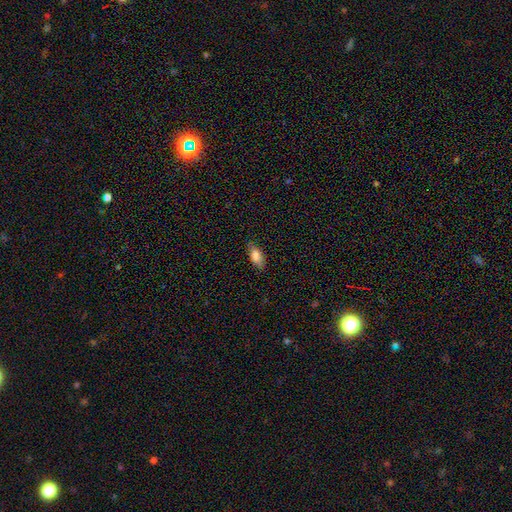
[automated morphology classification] A smooth galaxy with no disk features (82%) that is in between round and cigar-shaped (83%).

Vote fractions:
- Smooth or featured? smooth: 82% / featured or disk: 11% / star or artifact: 7%
- How rounded? in between: 83% / cigar-shaped: 14% / round: 3%
- Merging? none: 82% / minor disturbance: 14% / major disturbance: 3% / merger: 1%